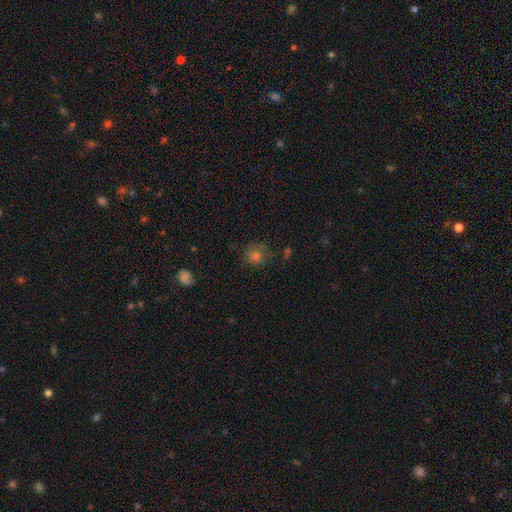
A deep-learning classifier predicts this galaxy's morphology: smooth-or-featured: smooth: 67% | star or artifact: 20% | featured or disk: 13%
  how-rounded: round: 87% | in between: 11% | cigar-shaped: 1%
  merging: none: 73% | minor disturbance: 18% | major disturbance: 7% | merger: 3%